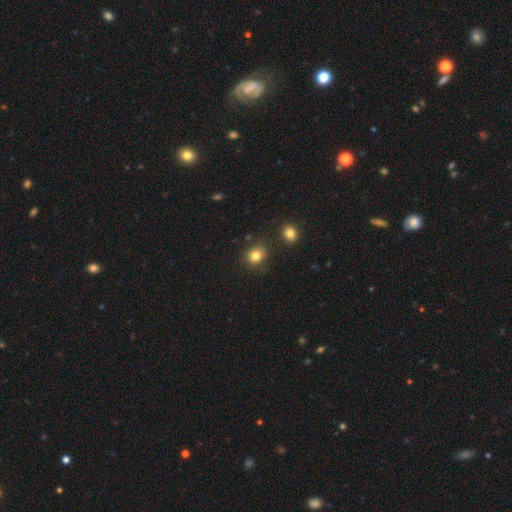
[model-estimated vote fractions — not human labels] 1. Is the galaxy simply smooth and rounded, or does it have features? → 82% smooth, 12% star or artifact, 6% featured or disk.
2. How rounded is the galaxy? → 73% round, 26% in between, 1% cigar-shaped.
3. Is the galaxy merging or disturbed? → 80% none, 12% minor disturbance, 5% merger, 3% major disturbance.